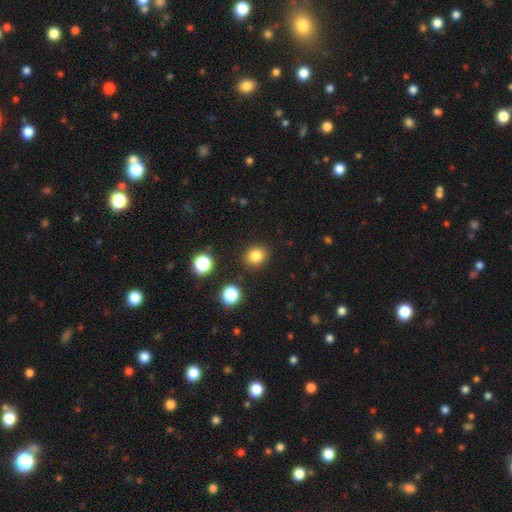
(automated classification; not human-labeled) Smooth or featured: smooth — 83% (star or artifact — 12%)
How rounded: round — 70% (in between — 29%)
Merging: none — 88% (minor disturbance — 7%)